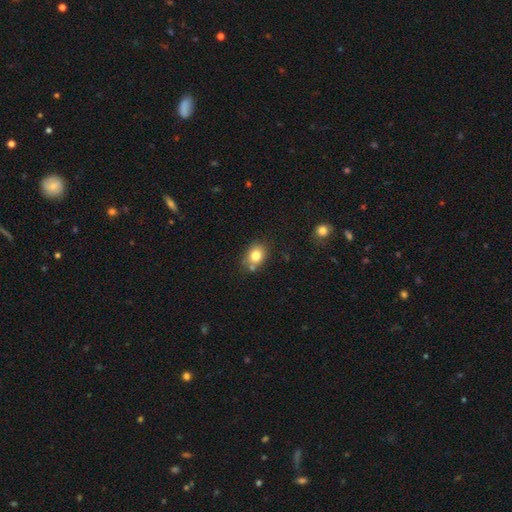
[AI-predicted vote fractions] Overall: smooth (80%). How rounded: in between (51%; round 48%). Merging: none (66%).